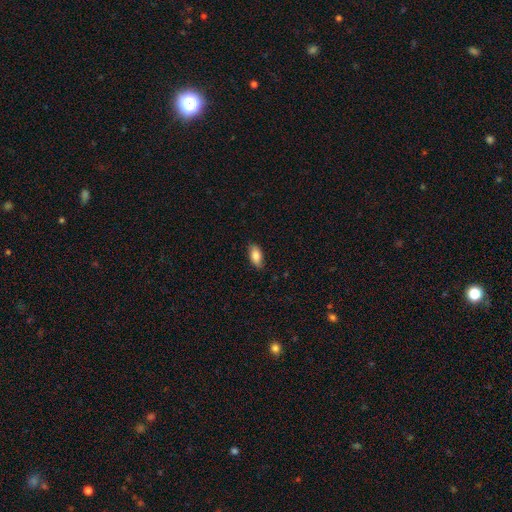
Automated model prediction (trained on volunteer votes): This appears to be a smooth galaxy with no disk features (83%) that is in between round and cigar-shaped (90%). Merging: none (85%).